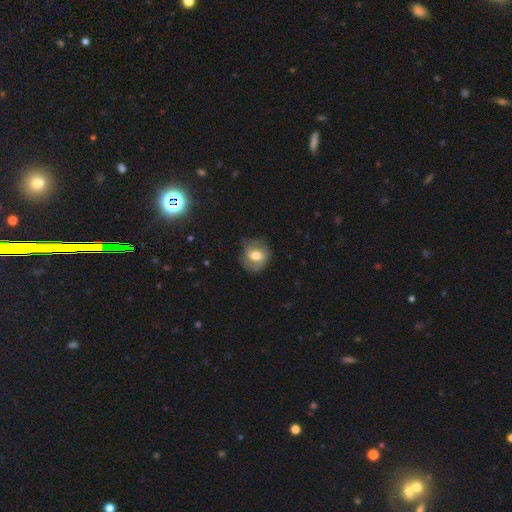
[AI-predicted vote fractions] Smooth or featured?
  - smooth: 56% *
  - featured or disk: 36%
  - star or artifact: 8%
How rounded?
  - round: 77% *
  - in between: 22%
  - cigar-shaped: 1%
Merging?
  - none: 67% *
  - minor disturbance: 23%
  - major disturbance: 8%
  - merger: 1%